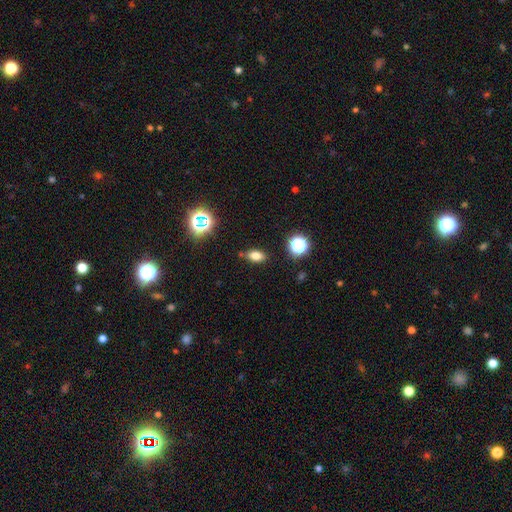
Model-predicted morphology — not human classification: A smooth galaxy with no disk features (75%) that is in between round and cigar-shaped (82%).

Vote fractions:
- Smooth or featured? smooth: 75% / star or artifact: 16% / featured or disk: 9%
- How rounded? in between: 82% / round: 14% / cigar-shaped: 5%
- Merging? none: 83% / minor disturbance: 11% / merger: 3% / major disturbance: 3%